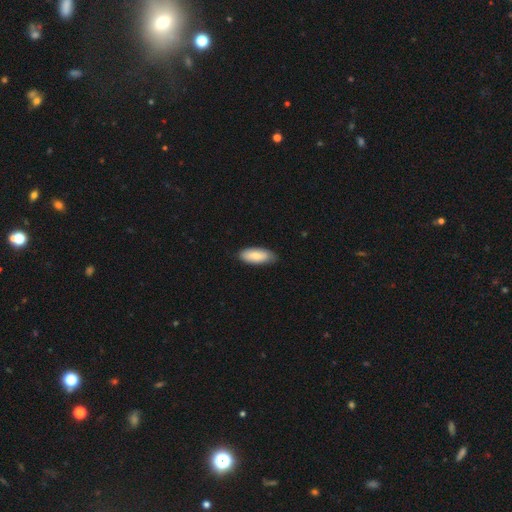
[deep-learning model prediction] Q: Smooth or featured?
A: smooth (82%); runner-up: featured or disk (13%)
Q: How rounded?
A: in between (84%); runner-up: cigar-shaped (14%)
Q: Merging?
A: none (80%); runner-up: minor disturbance (17%)